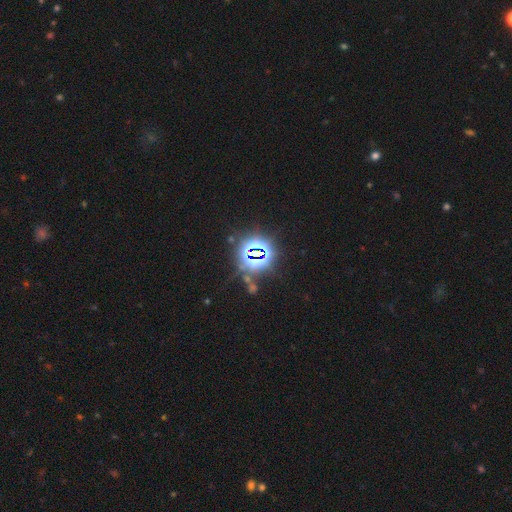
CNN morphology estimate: This appears to be a star or artifact, not a galaxy (78%).